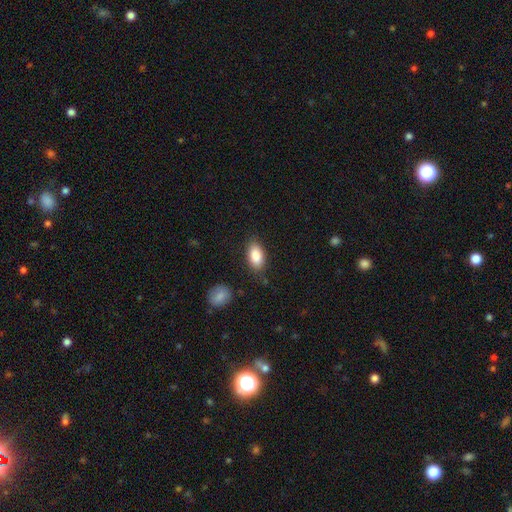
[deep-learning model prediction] A smooth galaxy with no disk features (87%) that is in between round and cigar-shaped (92%).

Vote fractions:
- Smooth or featured? smooth: 87% / star or artifact: 7% / featured or disk: 6%
- How rounded? in between: 92% / round: 5% / cigar-shaped: 4%
- Merging? none: 81% / minor disturbance: 13% / major disturbance: 3% / merger: 2%